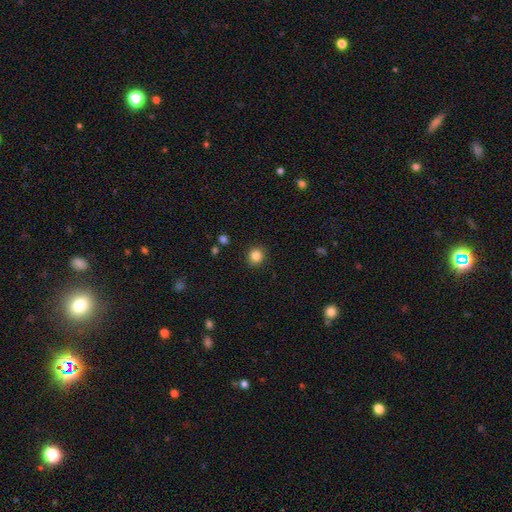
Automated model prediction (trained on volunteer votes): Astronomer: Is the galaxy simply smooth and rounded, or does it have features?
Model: smooth — 84%.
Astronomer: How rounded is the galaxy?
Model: round — 89%.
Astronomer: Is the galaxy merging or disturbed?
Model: none — 90%.